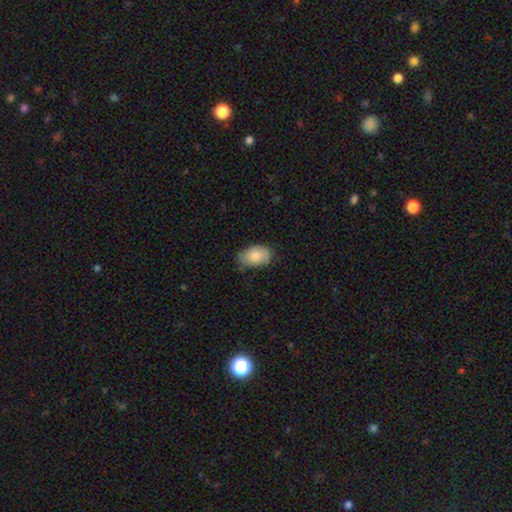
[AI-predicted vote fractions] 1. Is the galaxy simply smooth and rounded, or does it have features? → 82% smooth, 12% featured or disk, 7% star or artifact.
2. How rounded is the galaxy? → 88% in between, 11% round, 1% cigar-shaped.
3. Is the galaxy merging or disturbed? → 63% none, 30% minor disturbance, 5% major disturbance, 1% merger.